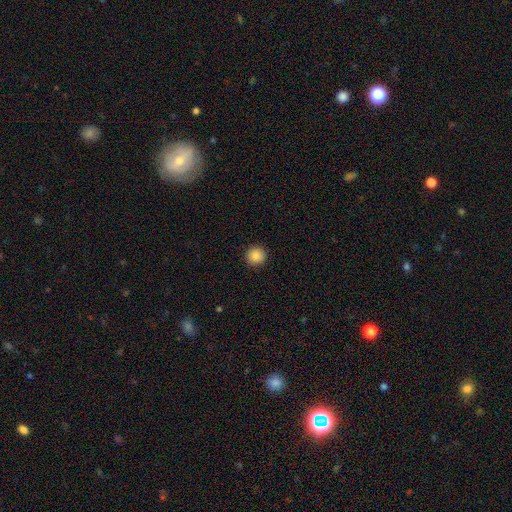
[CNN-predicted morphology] This is clearly a smooth galaxy (88%). How rounded: clearly round (95%). Merging: clearly none (92%).